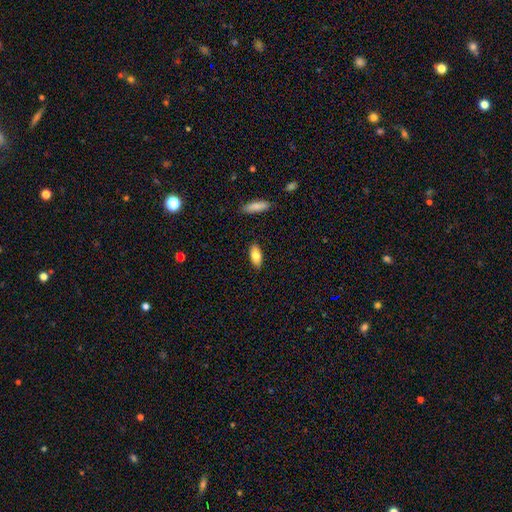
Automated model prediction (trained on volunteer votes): Smooth or featured? smooth (81%)
How rounded? in between (88%)
Merging? none (87%)